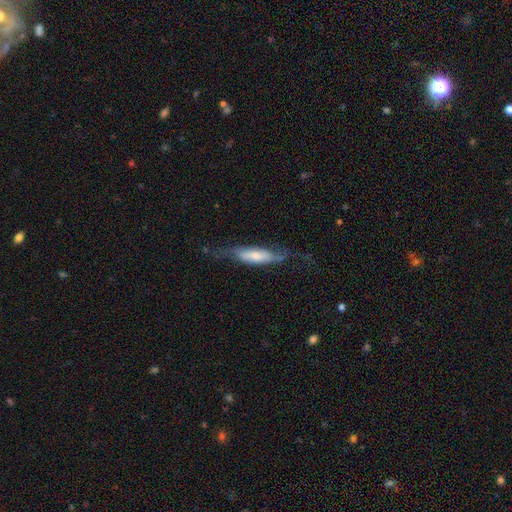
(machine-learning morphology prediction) Smooth or featured? Predicted: featured or disk (p=0.51). Edge-on disk? Predicted: yes (p=0.51). Merging? Predicted: none (p=0.55).